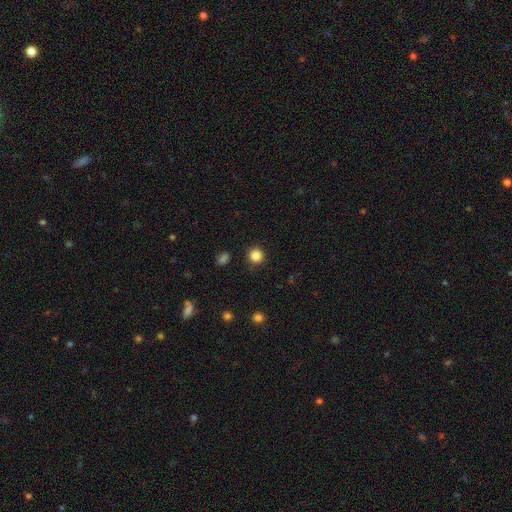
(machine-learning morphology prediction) smooth-or-featured: smooth: 85% | star or artifact: 12% | featured or disk: 3%
  how-rounded: round: 94% | in between: 5% | cigar-shaped: 1%
  merging: none: 90% | minor disturbance: 6% | major disturbance: 2% | merger: 1%